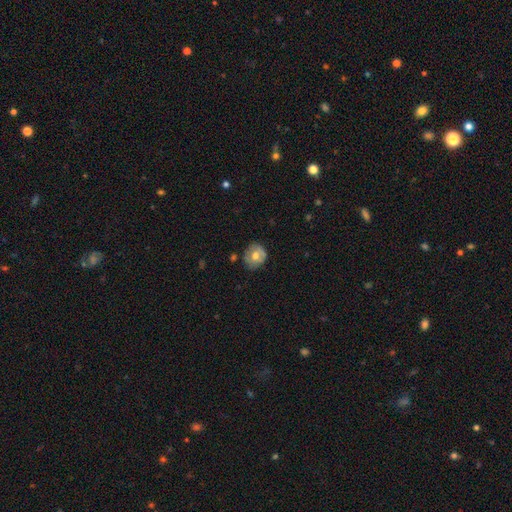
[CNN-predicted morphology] smooth-or-featured: smooth: 54% | featured or disk: 39% | star or artifact: 8%
  how-rounded: round: 79% | in between: 20% | cigar-shaped: 1%
  merging: none: 71% | minor disturbance: 21% | major disturbance: 5% | merger: 3%